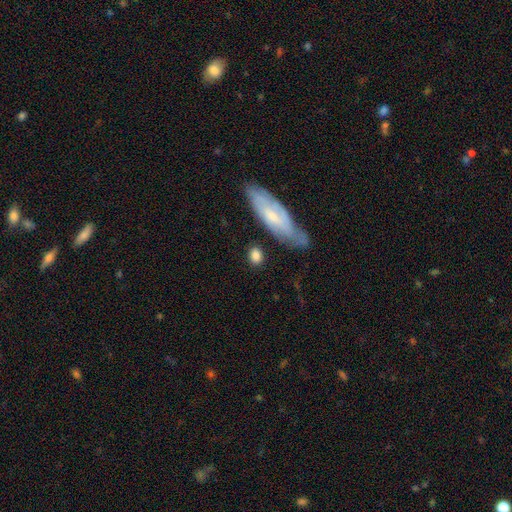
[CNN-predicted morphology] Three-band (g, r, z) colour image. It shows a smooth galaxy with no disk features (81%) that is in between round and cigar-shaped (56%). Merging: none (77%).